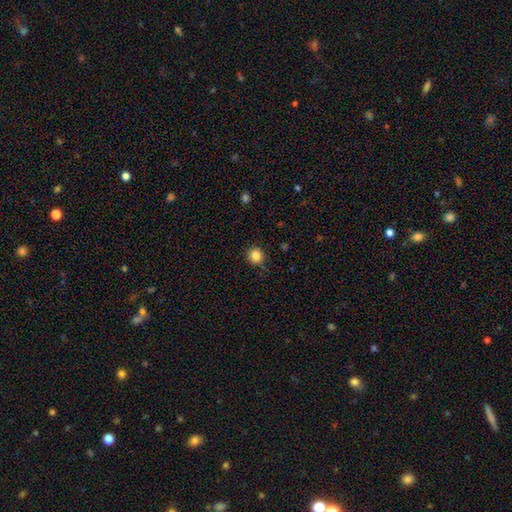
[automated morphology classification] smooth_or_featured: smooth (p=0.85) [alt: star or artifact p=0.11]
how_rounded: round (p=0.90) [alt: in between p=0.09]
merging: none (p=0.87) [alt: minor disturbance p=0.09]